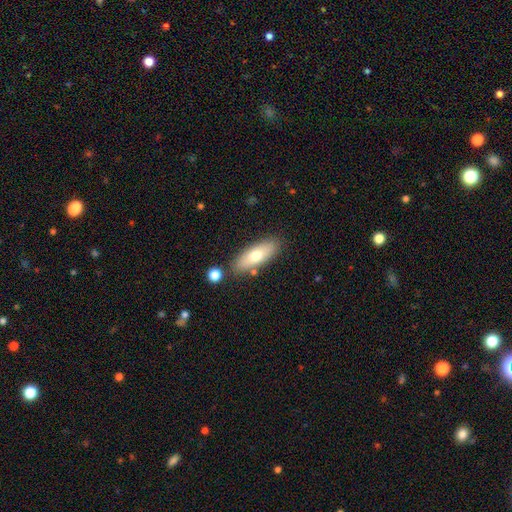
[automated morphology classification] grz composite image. It shows a smooth galaxy with no disk features (70%) that is in between round and cigar-shaped (71%). Merging: none (80%).